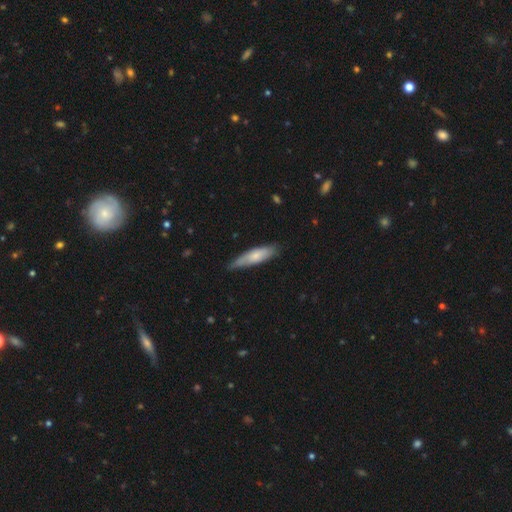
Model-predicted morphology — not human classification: This appears to be a smooth galaxy with no disk features (69%) that is cigar-shaped (68%). Merging: none (70%).